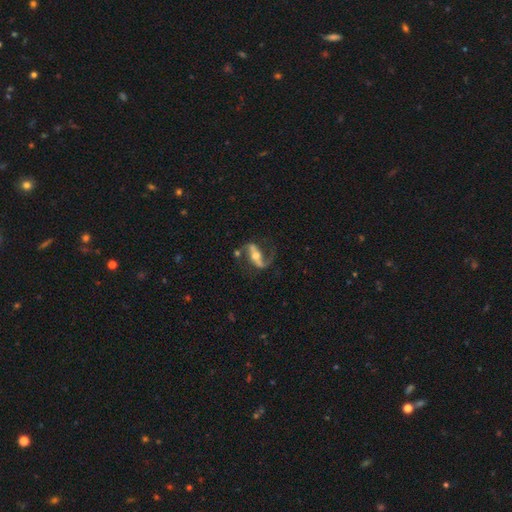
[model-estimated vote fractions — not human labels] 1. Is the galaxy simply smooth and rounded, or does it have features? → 84% featured or disk, 10% smooth, 6% star or artifact.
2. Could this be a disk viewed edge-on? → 91% no, 9% yes.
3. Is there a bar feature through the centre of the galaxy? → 50% strong, 26% weak, 23% no.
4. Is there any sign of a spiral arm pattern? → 94% yes, 6% no.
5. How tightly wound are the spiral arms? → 63% loose, 29% medium, 8% tight.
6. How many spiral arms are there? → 89% 2, 6% 1, 2% can't tell, 1% 3, 1% 4, 1% more than 4.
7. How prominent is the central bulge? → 64% moderate, 25% small, 8% large, 2% none, 1% dominant.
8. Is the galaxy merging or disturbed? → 67% none, 15% minor disturbance, 13% major disturbance, 5% merger.